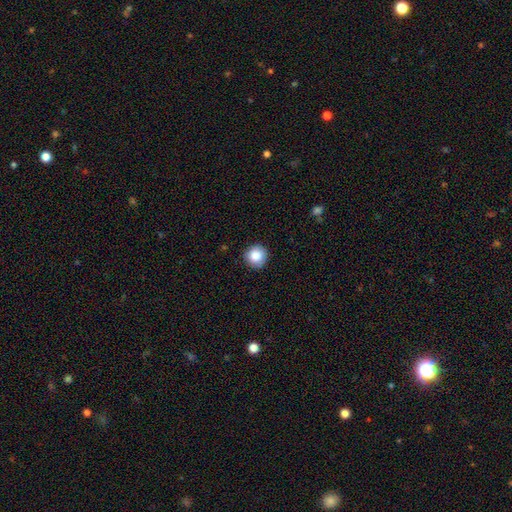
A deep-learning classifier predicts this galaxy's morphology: This appears to be a smooth galaxy with no disk features (86%) that is round (94%). Merging: none (89%).